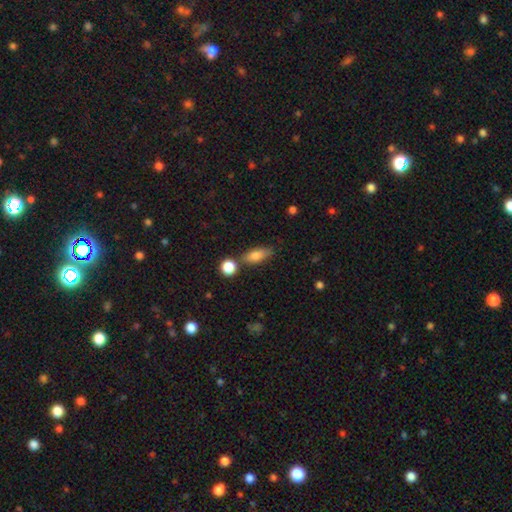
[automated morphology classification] The model was most divided on "how rounded": in between: 68%, cigar-shaped: 26%, round: 6%. More confident: smooth or featured — smooth (76%); merging — none (68%).